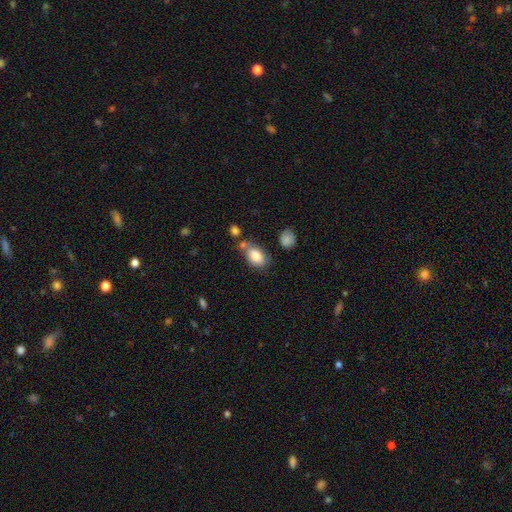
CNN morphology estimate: This appears to be a smooth galaxy with no disk features (82%) that is in between round and cigar-shaped (86%). Merging: none (52%).